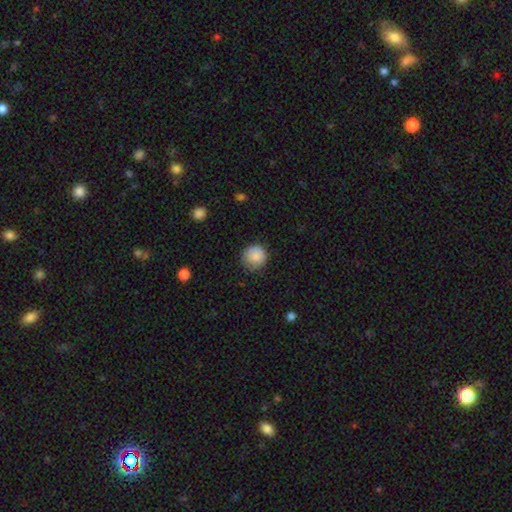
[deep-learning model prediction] Smooth or featured? smooth (87%)
How rounded? round (93%)
Merging? none (81%)